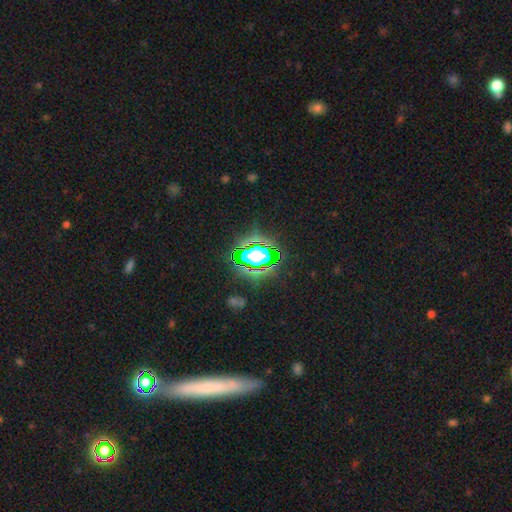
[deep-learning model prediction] Smooth or featured? star or artifact (57%)